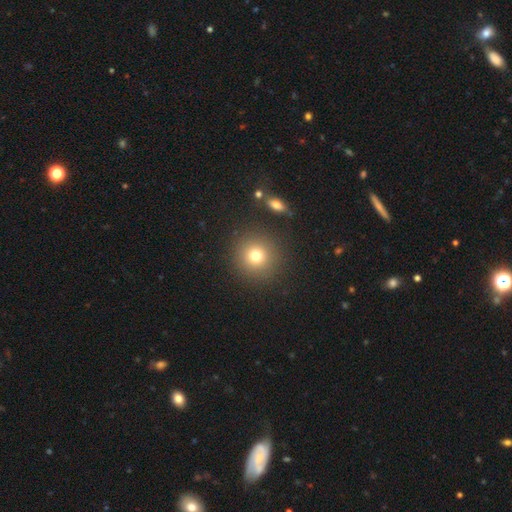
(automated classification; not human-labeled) This is likely a smooth galaxy (76%). How rounded: clearly round (94%). Merging: clearly none (88%).